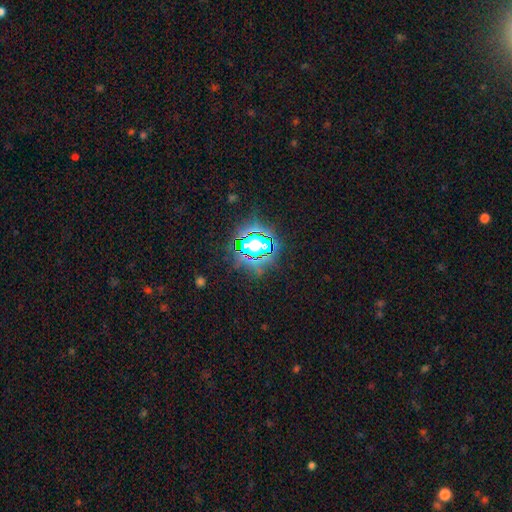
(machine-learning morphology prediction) smooth-or-featured: star or artifact: 79% | smooth: 13% | featured or disk: 8%